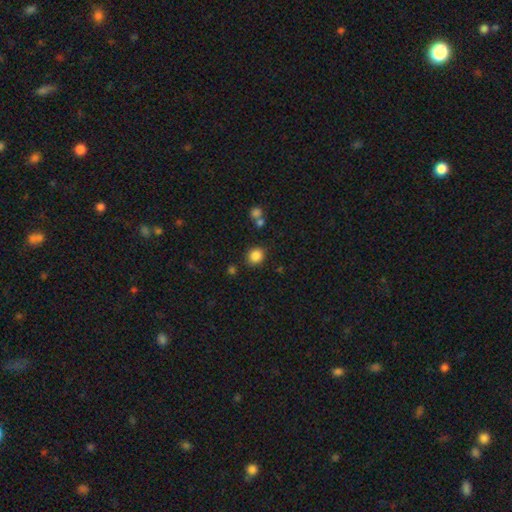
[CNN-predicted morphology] This appears to be a smooth galaxy with no disk features (85%) that is round (79%). Merging: none (84%).